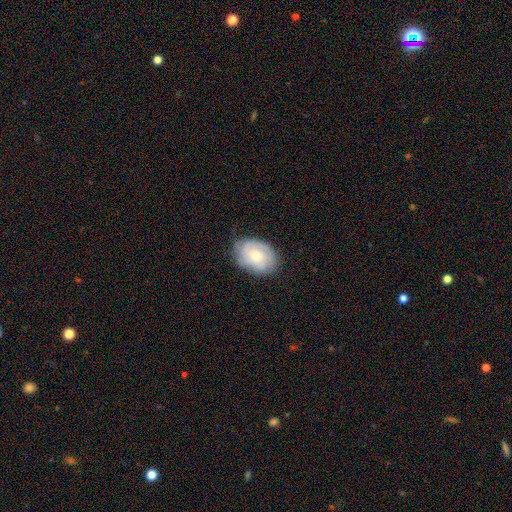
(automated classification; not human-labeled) featured or disk 47%, smooth 46%, star or artifact 7%. Down the decision tree: merging — none (74%).